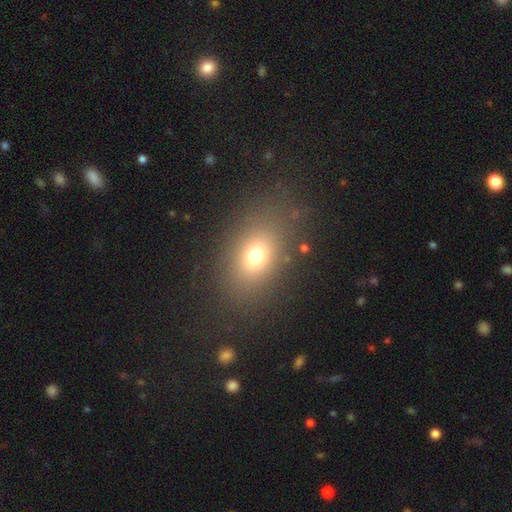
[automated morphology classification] A smooth galaxy with no disk features (72%) that is in between round and cigar-shaped (71%). Merging: none (81%).